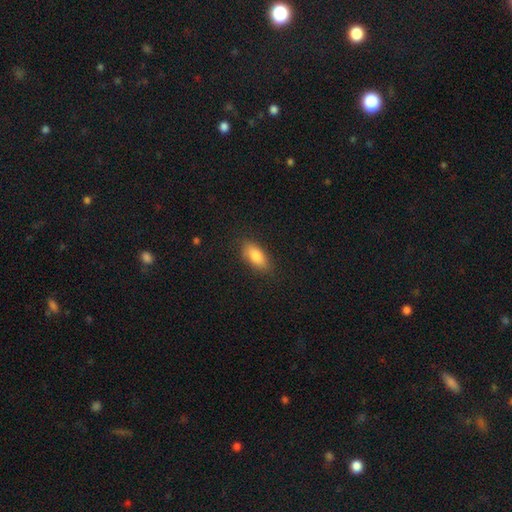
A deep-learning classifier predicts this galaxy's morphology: A smooth galaxy with no disk features (84%) that is in between round and cigar-shaped (87%). Merging: none (83%).